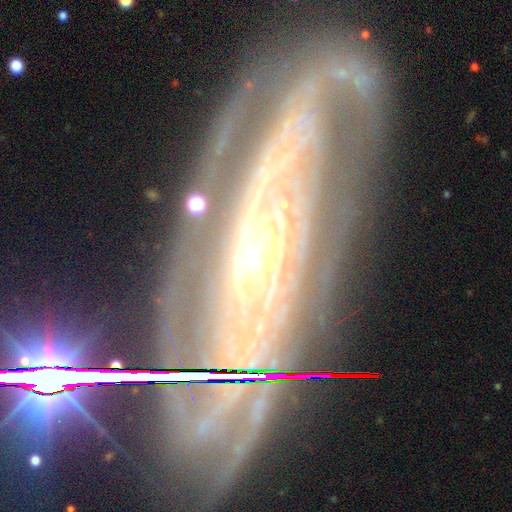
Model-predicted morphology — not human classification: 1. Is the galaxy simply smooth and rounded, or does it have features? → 87% featured or disk, 7% star or artifact, 6% smooth.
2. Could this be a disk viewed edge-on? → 84% no, 16% yes.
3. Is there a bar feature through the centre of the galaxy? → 46% no, 29% weak, 25% strong.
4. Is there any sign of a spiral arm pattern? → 91% yes, 9% no.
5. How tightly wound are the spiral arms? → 63% tight, 28% medium, 9% loose.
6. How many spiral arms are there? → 36% 2, 29% can't tell, 14% 3, 8% 4, 7% 1, 7% more than 4.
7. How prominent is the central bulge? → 52% moderate, 34% small, 8% large, 3% none, 2% dominant.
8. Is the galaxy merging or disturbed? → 65% none, 18% minor disturbance, 12% major disturbance, 5% merger.